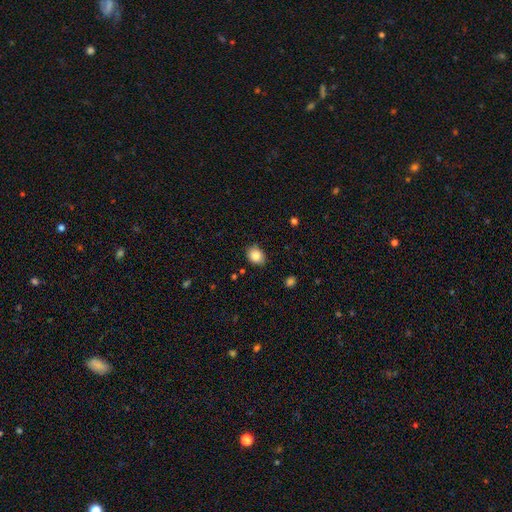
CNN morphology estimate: A smooth galaxy with no disk features (85%) that is in between round and cigar-shaped (54%).

Vote fractions:
- Smooth or featured? smooth: 85% / star or artifact: 9% / featured or disk: 6%
- How rounded? in between: 54% / round: 45% / cigar-shaped: 1%
- Merging? none: 80% / minor disturbance: 16% / major disturbance: 3% / merger: 1%